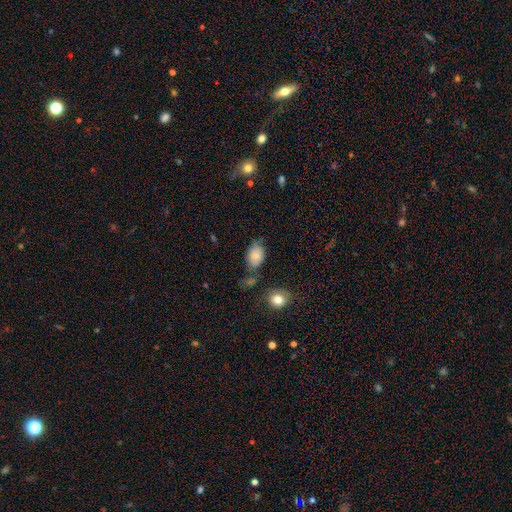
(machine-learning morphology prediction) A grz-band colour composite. It shows a smooth galaxy with no disk features (78%) that is in between round and cigar-shaped (85%). Merging: none (52%).